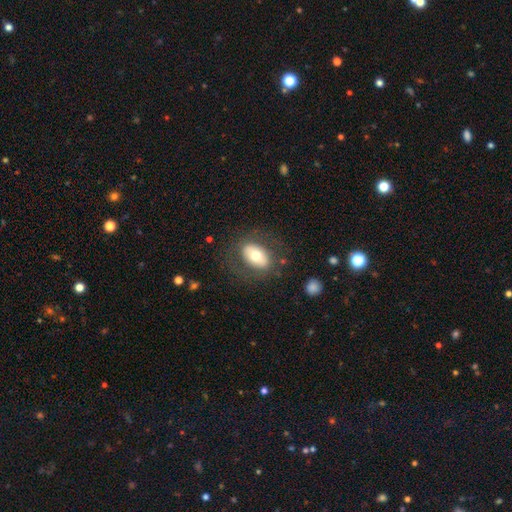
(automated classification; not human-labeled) Q: Smooth or featured?
A: smooth (60%); runner-up: featured or disk (33%)
Q: How rounded?
A: in between (86%); runner-up: round (13%)
Q: Merging?
A: none (75%); runner-up: minor disturbance (14%)